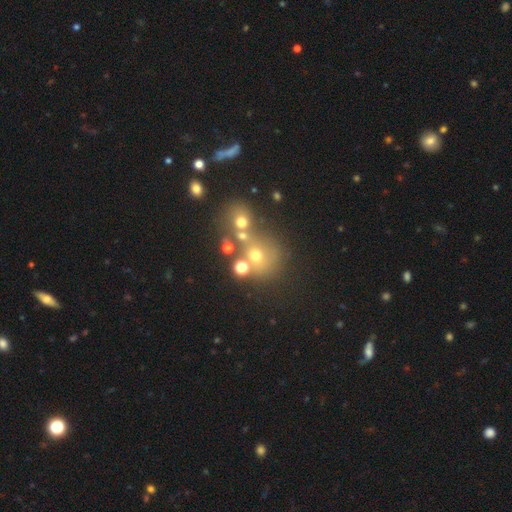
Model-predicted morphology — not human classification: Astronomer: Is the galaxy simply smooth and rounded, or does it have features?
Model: smooth — 53%.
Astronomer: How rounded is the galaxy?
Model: round — 79%.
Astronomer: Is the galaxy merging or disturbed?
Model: none — 46% (runner-up: merger, 38%).